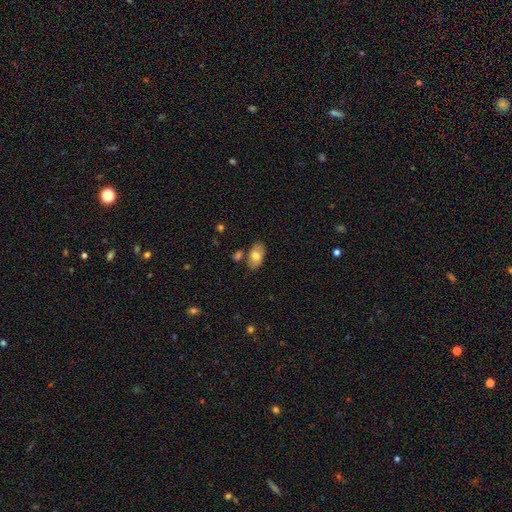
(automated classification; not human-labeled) Morphology: type=smooth (74%); roundness=in between (94%); merging=none (73%).